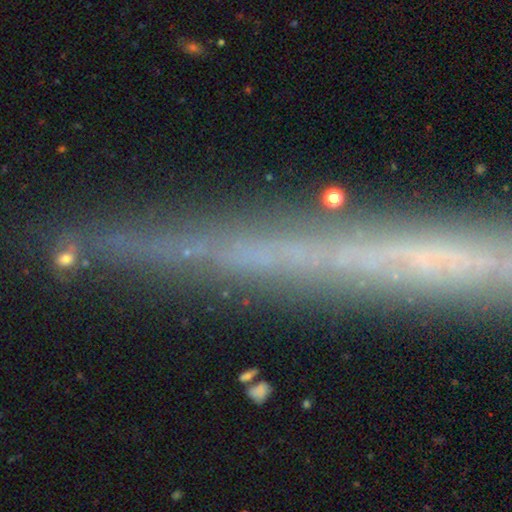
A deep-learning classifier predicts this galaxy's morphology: Smooth or featured: featured or disk — 53% (smooth — 25%)
Edge-on disk: yes — 87% (no — 13%)
Merging: none — 82% (minor disturbance — 11%)